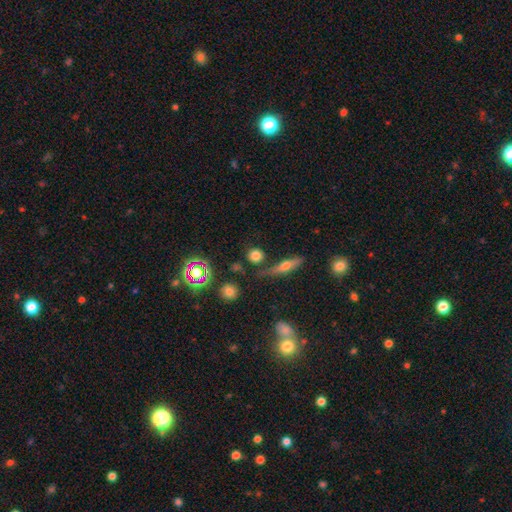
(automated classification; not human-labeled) Smooth or featured? Predicted: smooth (p=0.75). How rounded? Predicted: round (p=0.85). Merging? Predicted: none (p=0.76).